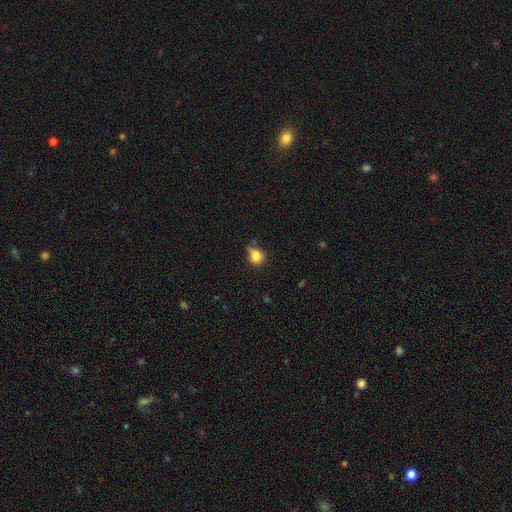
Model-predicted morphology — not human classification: A smooth galaxy with no disk features (82%) that is round (60%).

Vote fractions:
- Smooth or featured? smooth: 82% / star or artifact: 11% / featured or disk: 7%
- How rounded? round: 60% / in between: 38% / cigar-shaped: 1%
- Merging? none: 45% / minor disturbance: 35% / major disturbance: 11% / merger: 9%